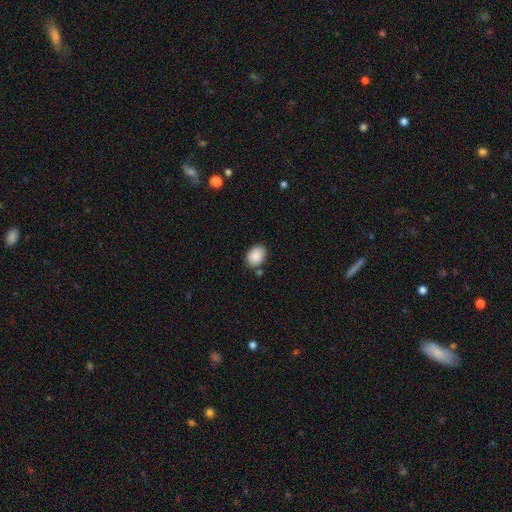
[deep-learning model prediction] Smooth or featured? smooth (89%)
How rounded? in between (66%)
Merging? none (77%)